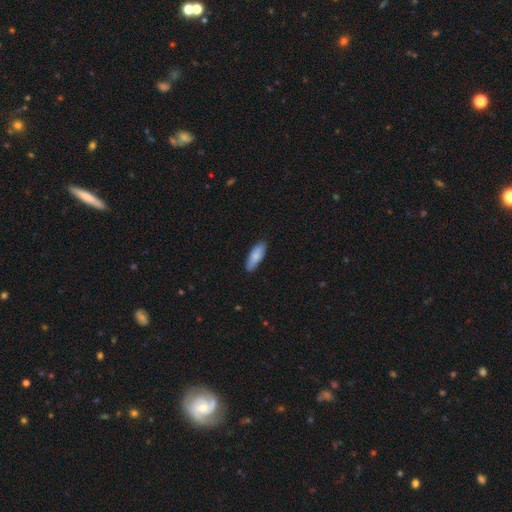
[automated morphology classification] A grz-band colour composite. It shows a smooth galaxy with no disk features (85%) that is in between round and cigar-shaped (58%). Merging: none (87%).